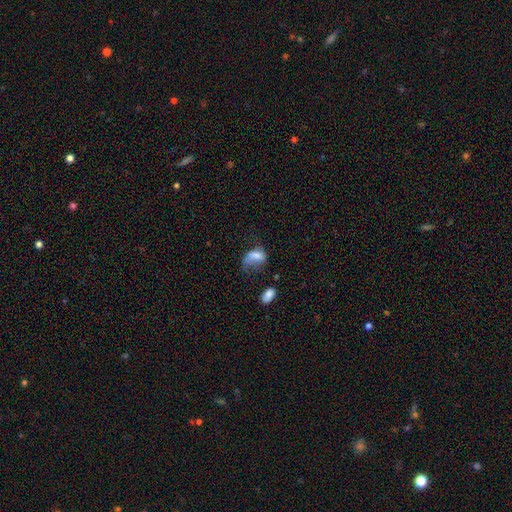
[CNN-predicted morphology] smooth-or-featured: smooth: 62% | featured or disk: 28% | star or artifact: 10%
  how-rounded: in between: 80% | round: 17% | cigar-shaped: 2%
  merging: major disturbance: 44% | minor disturbance: 27% | none: 22% | merger: 7%